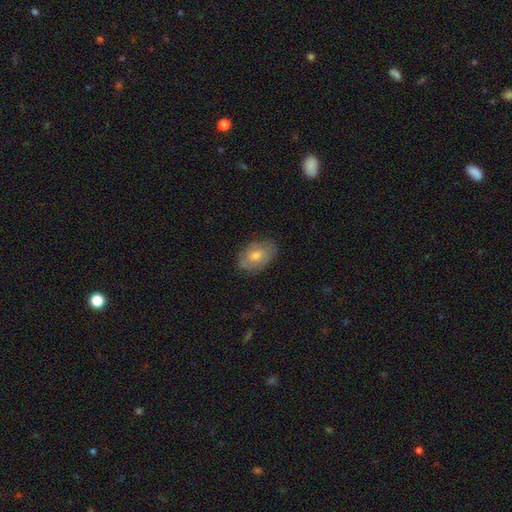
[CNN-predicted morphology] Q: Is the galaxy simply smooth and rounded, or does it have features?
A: smooth — 52%.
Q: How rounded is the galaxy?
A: in between — 86%.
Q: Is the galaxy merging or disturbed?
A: none — 77%.